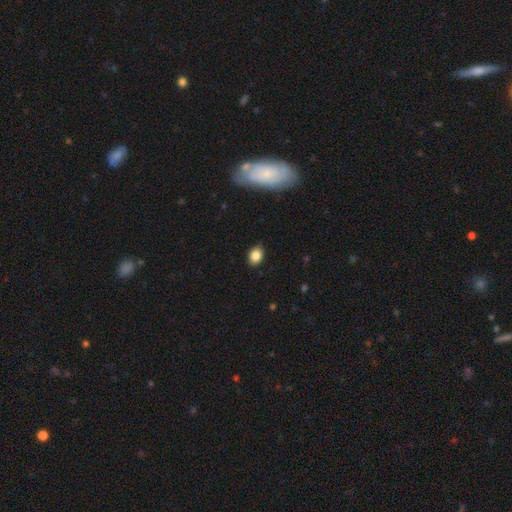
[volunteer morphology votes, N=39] smooth 85%, featured or disk 8%, star or artifact 8%. Down the decision tree: how rounded — in between (76%); merging — none (89%).